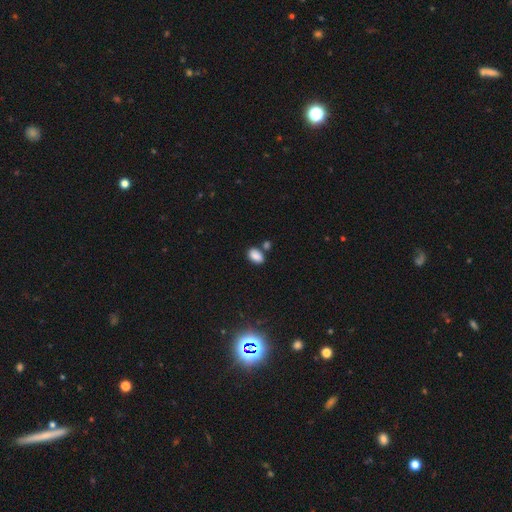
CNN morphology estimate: smooth-or-featured: smooth: 85% | star or artifact: 10% | featured or disk: 5%
  how-rounded: in between: 88% | round: 10% | cigar-shaped: 2%
  merging: none: 66% | merger: 17% | minor disturbance: 13% | major disturbance: 4%